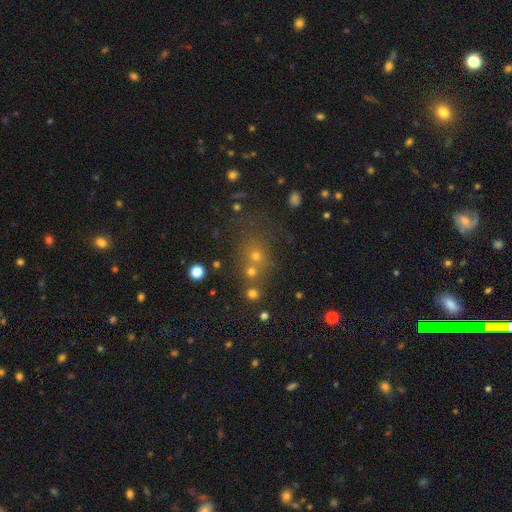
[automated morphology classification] Smooth or featured: smooth — 59% (star or artifact — 27%)
How rounded: round — 81% (in between — 17%)
Merging: none — 54% (merger — 28%)